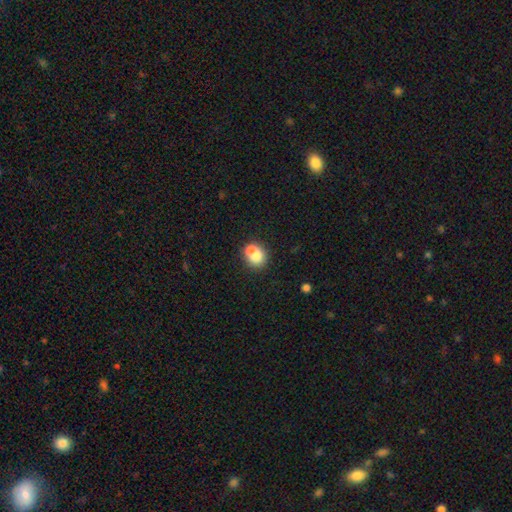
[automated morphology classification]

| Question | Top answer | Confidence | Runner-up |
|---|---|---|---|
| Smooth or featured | smooth | 72% | featured or disk (19%) |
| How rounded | round | 69% | in between (30%) |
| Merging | merger | 53% | none (35%) |